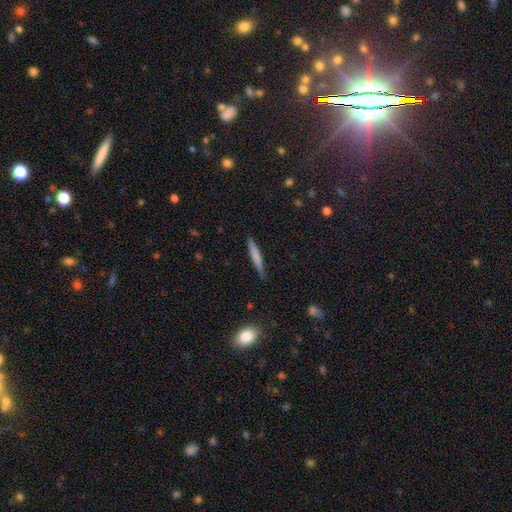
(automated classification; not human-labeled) Smooth or featured?
  - smooth: 68% *
  - featured or disk: 26%
  - star or artifact: 6%
How rounded?
  - cigar-shaped: 95% *
  - in between: 4%
  - round: 1%
Merging?
  - none: 84% *
  - minor disturbance: 12%
  - major disturbance: 2%
  - merger: 1%